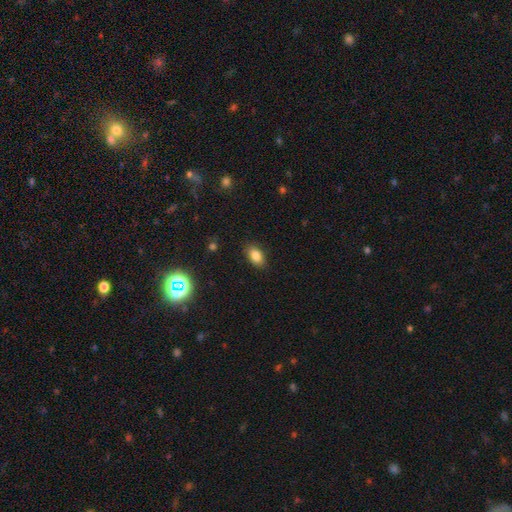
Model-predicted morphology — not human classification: A smooth galaxy with no disk features (83%) that is in between round and cigar-shaped (88%).

Vote fractions:
- Smooth or featured? smooth: 83% / star or artifact: 10% / featured or disk: 6%
- How rounded? in between: 88% / round: 9% / cigar-shaped: 3%
- Merging? none: 87% / minor disturbance: 9% / major disturbance: 2% / merger: 1%